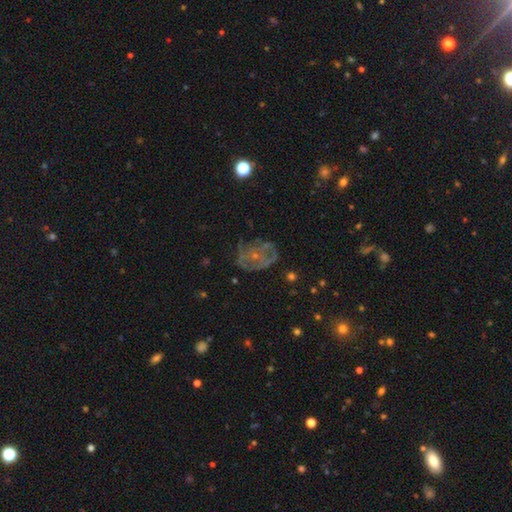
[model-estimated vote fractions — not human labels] Overall: featured or disk (60%; smooth 26%). Edge-on disk: no (97%). Bar: no (85%). Spiral arms: no (55%; yes 45%). Bulge size: small (74%). Merging: none (51%; minor disturbance 23%).